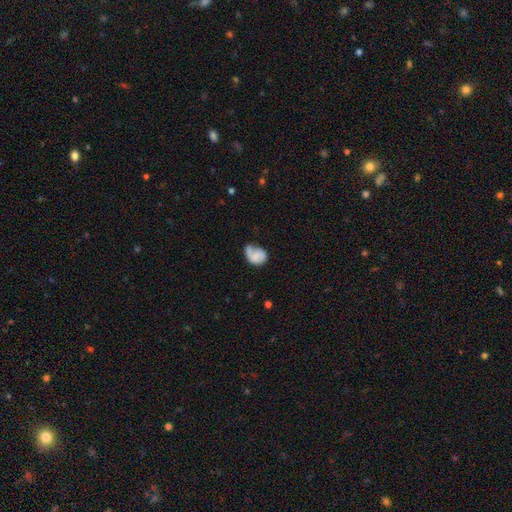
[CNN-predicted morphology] smooth 57%, featured or disk 35%, star or artifact 8%. Down the decision tree: how rounded — in between (59%); merging — none (35%).